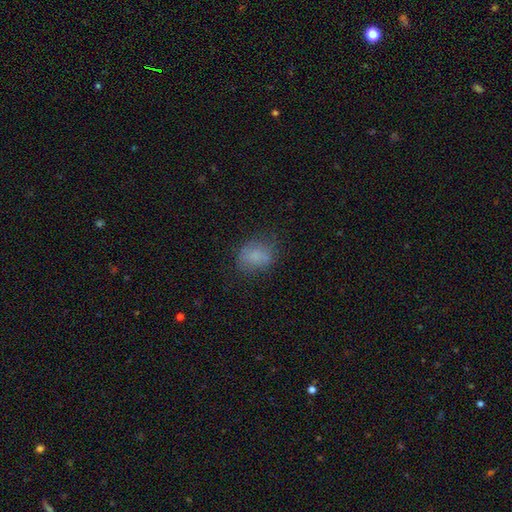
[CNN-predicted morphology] Q: Smooth or featured?
A: smooth (75%); runner-up: featured or disk (13%)
Q: How rounded?
A: in between (56%); runner-up: round (43%)
Q: Merging?
A: none (66%); runner-up: minor disturbance (22%)